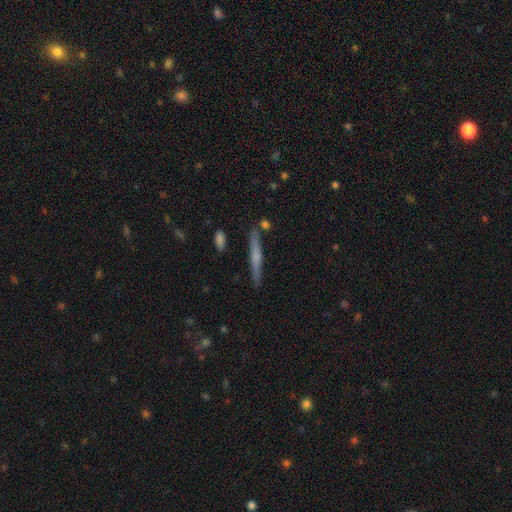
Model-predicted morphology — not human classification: This is possibly a featured or disk galaxy (57%). It is clearly viewed edge-on (97%). Edge-on bulge: possibly rounded (48%). Merging: clearly none (87%).